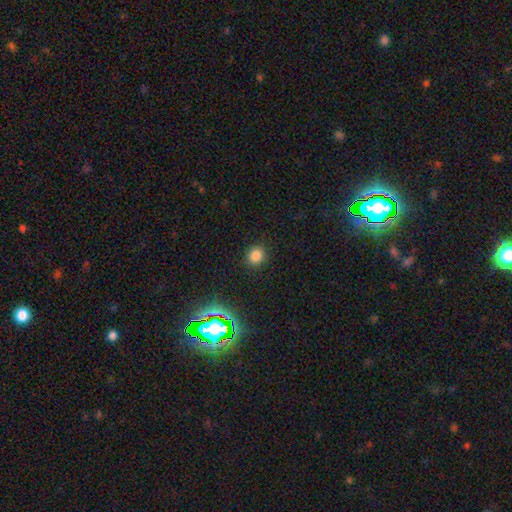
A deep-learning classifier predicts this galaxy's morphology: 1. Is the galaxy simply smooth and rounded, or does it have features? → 79% smooth, 16% star or artifact, 5% featured or disk.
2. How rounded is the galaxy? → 75% round, 24% in between, 1% cigar-shaped.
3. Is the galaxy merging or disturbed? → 89% none, 7% minor disturbance, 2% major disturbance, 1% merger.